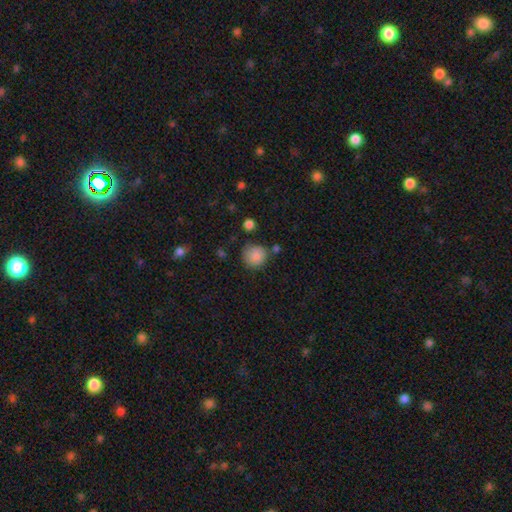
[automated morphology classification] Smooth or featured? Predicted: smooth (p=0.85). How rounded? Predicted: round (p=0.87). Merging? Predicted: none (p=0.71).